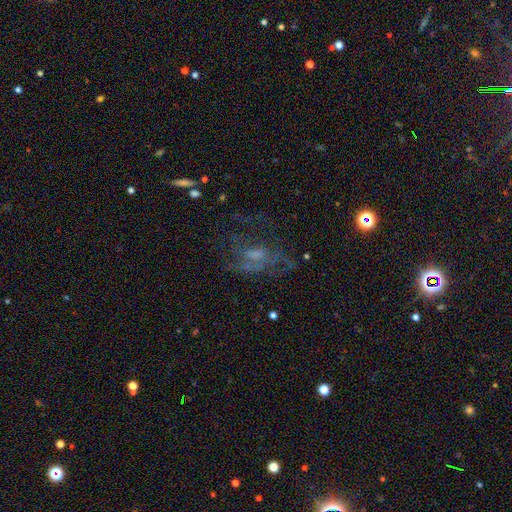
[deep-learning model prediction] featured or disk 59%, smooth 23%, star or artifact 18%. Down the decision tree: edge-on disk — no (96%); bar — no (66%); spiral arms — no (51%); bulge size — moderate (33%); merging — none (41%).